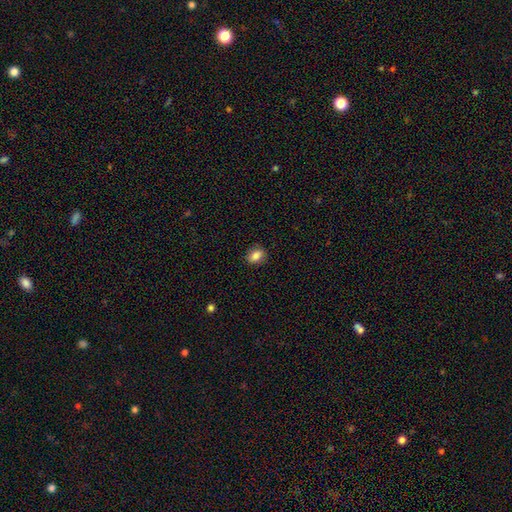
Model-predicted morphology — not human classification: This is clearly a smooth galaxy (85%). How rounded: likely in between (65%). Merging: clearly none (86%).